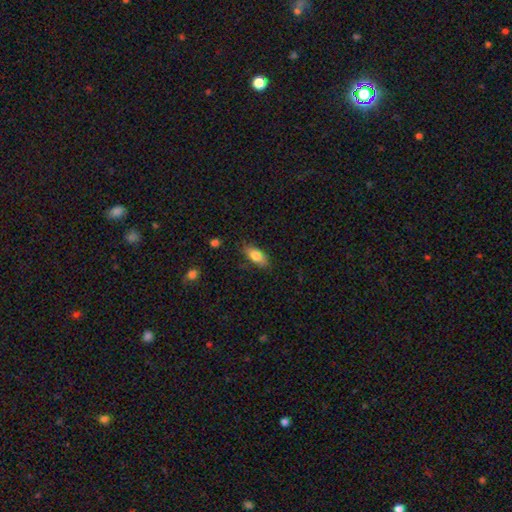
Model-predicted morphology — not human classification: Smooth or featured?
  - smooth: 79% *
  - featured or disk: 14%
  - star or artifact: 7%
How rounded?
  - in between: 83% *
  - cigar-shaped: 14%
  - round: 3%
Merging?
  - none: 80% *
  - minor disturbance: 15%
  - major disturbance: 3%
  - merger: 2%